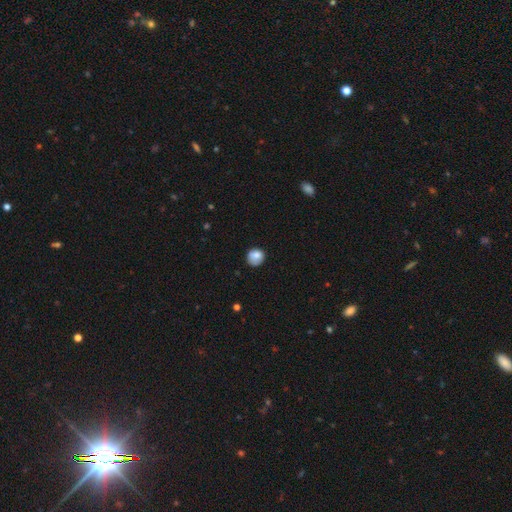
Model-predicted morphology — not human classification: Smooth or featured?
  - smooth: 79% *
  - featured or disk: 12%
  - star or artifact: 9%
How rounded?
  - round: 83% *
  - in between: 16%
  - cigar-shaped: 1%
Merging?
  - none: 67% *
  - minor disturbance: 23%
  - major disturbance: 7%
  - merger: 2%